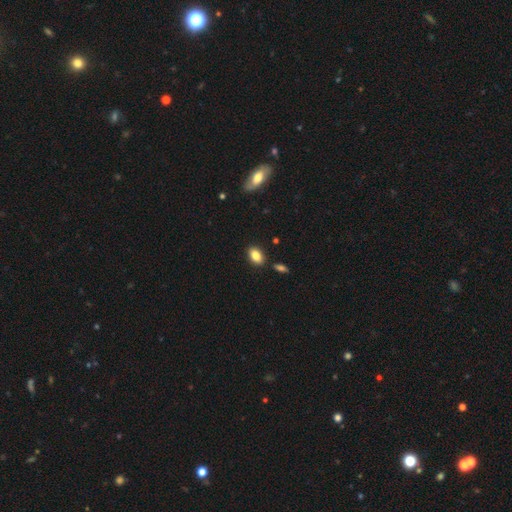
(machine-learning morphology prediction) A smooth galaxy with no disk features (85%) that is in between round and cigar-shaped (89%).

Vote fractions:
- Smooth or featured? smooth: 85% / star or artifact: 8% / featured or disk: 7%
- How rounded? in between: 89% / round: 9% / cigar-shaped: 2%
- Merging? none: 84% / minor disturbance: 10% / merger: 4% / major disturbance: 2%